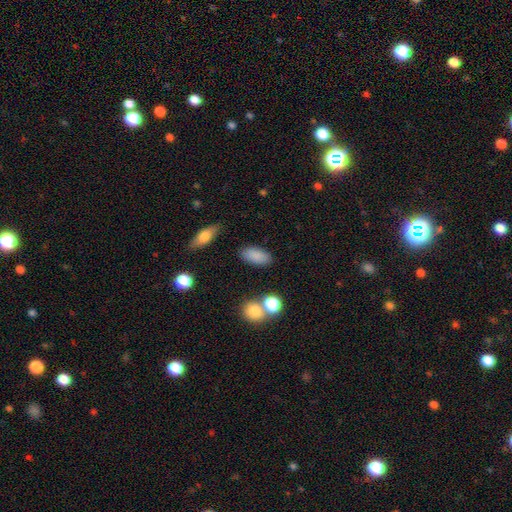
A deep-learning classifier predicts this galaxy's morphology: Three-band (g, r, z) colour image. It shows a smooth galaxy with no disk features (86%) that is in between round and cigar-shaped (89%). Merging: none (83%).